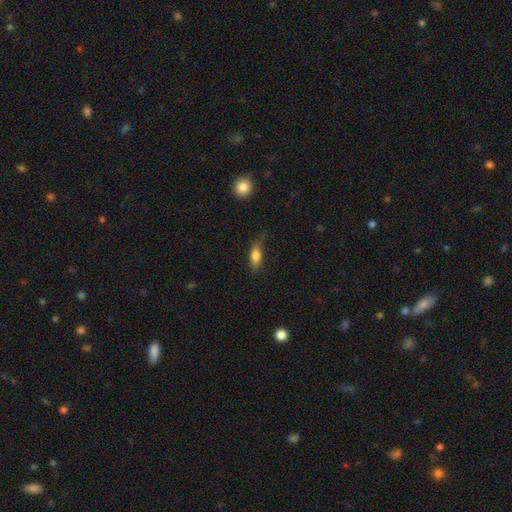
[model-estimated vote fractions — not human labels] Q: Smooth or featured?
A: smooth (76%); runner-up: featured or disk (16%)
Q: How rounded?
A: in between (71%); runner-up: cigar-shaped (24%)
Q: Merging?
A: none (58%); runner-up: minor disturbance (29%)